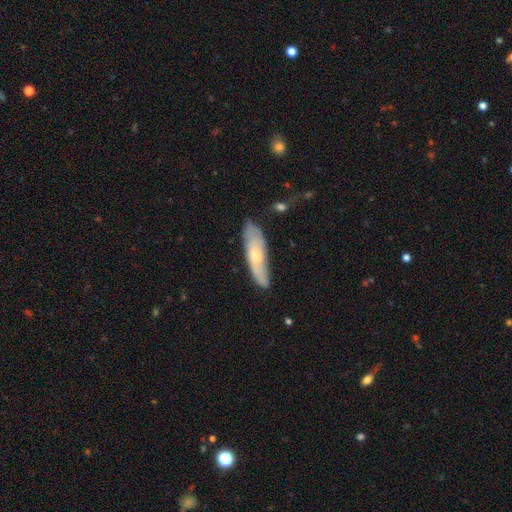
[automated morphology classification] Q: Smooth or featured?
A: smooth (49%); runner-up: featured or disk (45%)
Q: Merging?
A: none (73%); runner-up: minor disturbance (20%)